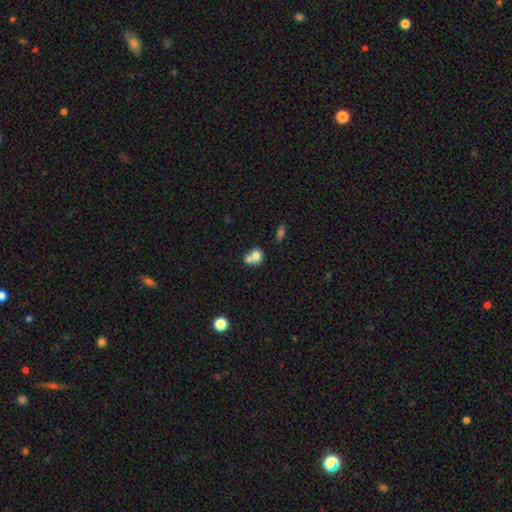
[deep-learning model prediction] Overall: smooth (71%). How rounded: round (68%; in between 31%). Merging: merger (62%; none 27%).